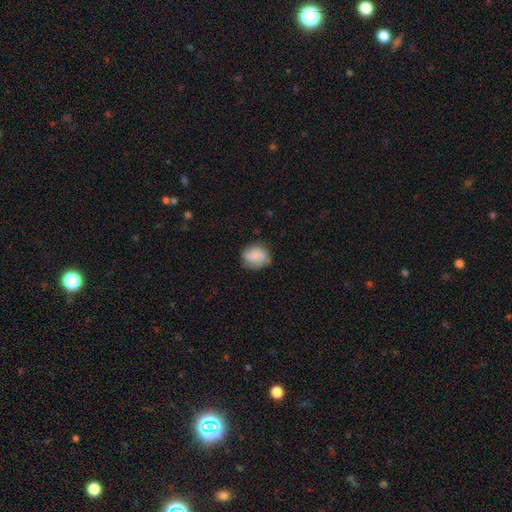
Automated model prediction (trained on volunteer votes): Smooth or featured? Predicted: smooth (p=0.76). How rounded? Predicted: round (p=0.68). Merging? Predicted: none (p=0.67).